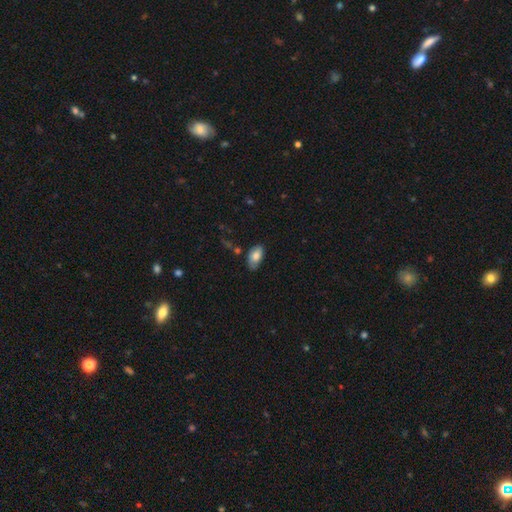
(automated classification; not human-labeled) This is likely a smooth galaxy (79%). How rounded: clearly in between (94%). Merging: likely none (66%).